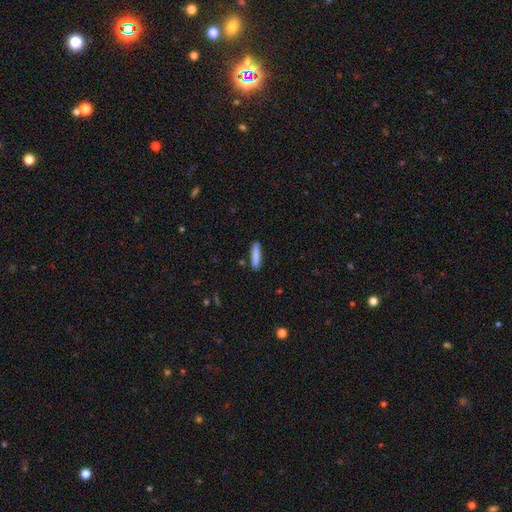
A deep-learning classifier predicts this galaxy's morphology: A smooth galaxy with no disk features (86%) that is cigar-shaped (82%).

Vote fractions:
- Smooth or featured? smooth: 86% / featured or disk: 8% / star or artifact: 6%
- How rounded? cigar-shaped: 82% / in between: 17% / round: 1%
- Merging? none: 88% / minor disturbance: 9% / merger: 2% / major disturbance: 2%